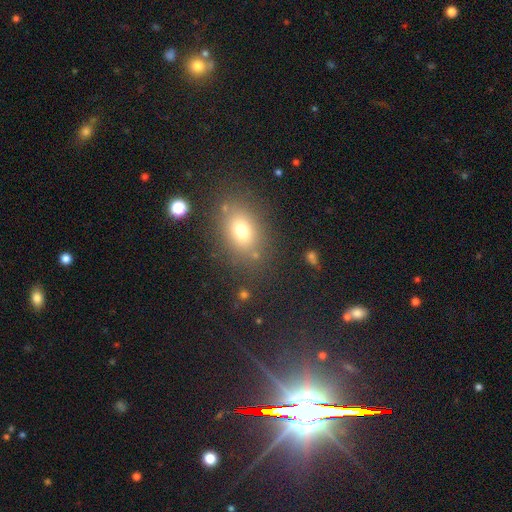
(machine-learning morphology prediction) Q: Smooth or featured?
A: smooth (70%); runner-up: star or artifact (19%)
Q: How rounded?
A: in between (67%); runner-up: round (31%)
Q: Merging?
A: none (80%); runner-up: minor disturbance (11%)